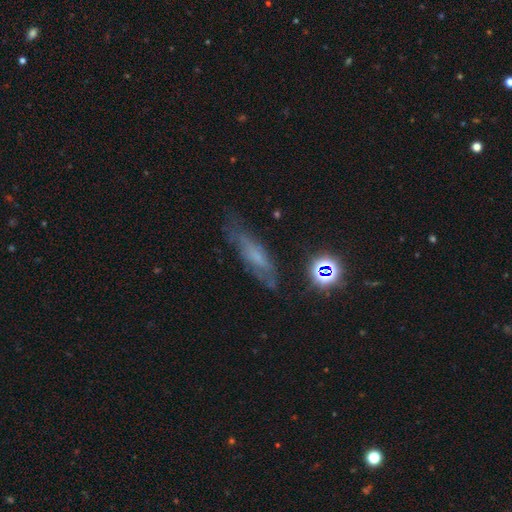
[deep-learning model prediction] Q: Smooth or featured?
A: featured or disk (44%); runner-up: smooth (39%)
Q: Merging?
A: none (64%); runner-up: minor disturbance (23%)